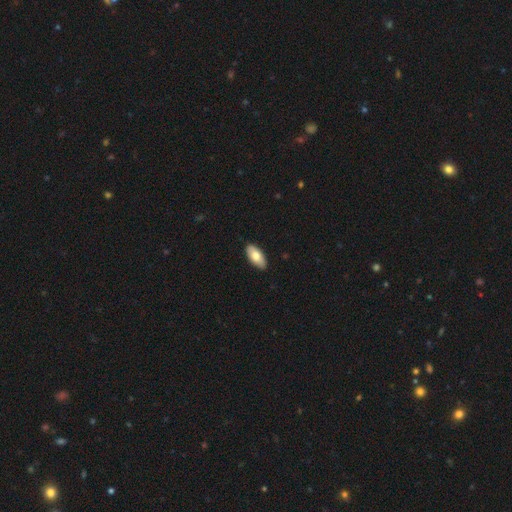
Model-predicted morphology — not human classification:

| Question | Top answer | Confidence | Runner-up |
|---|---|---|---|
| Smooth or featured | smooth | 78% | featured or disk (17%) |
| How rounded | in between | 91% | cigar-shaped (7%) |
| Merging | none | 89% | minor disturbance (9%) |